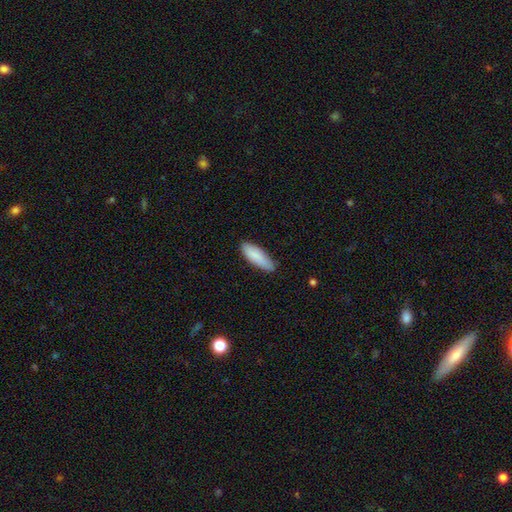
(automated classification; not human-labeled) Morphology: type=smooth (86%); roundness=in between (57%); merging=none (78%).